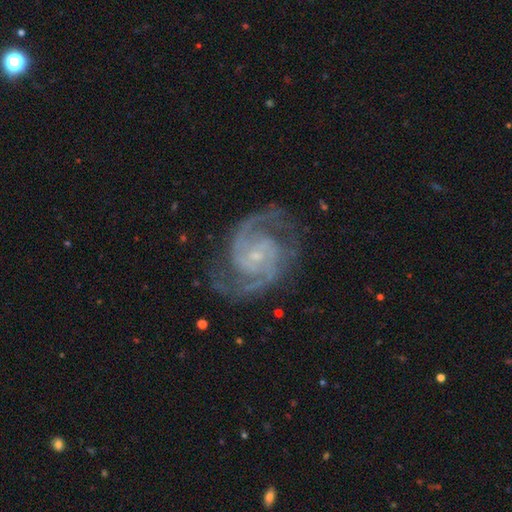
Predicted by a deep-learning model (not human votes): smooth_or_featured: featured or disk (p=0.93) [alt: star or artifact p=0.05]
disk_edge_on: no (p=0.98) [alt: yes p=0.02]
bar: no (p=0.51) [alt: weak p=0.40]
has_spiral_arms: yes (p=0.98) [alt: no p=0.02]
spiral_winding: medium (p=0.55) [alt: tight p=0.36]
spiral_arm_count: 2 (p=0.85) [alt: 3 p=0.06]
bulge_size: small (p=0.77) [alt: moderate p=0.14]
merging: none (p=0.77) [alt: minor disturbance p=0.15]